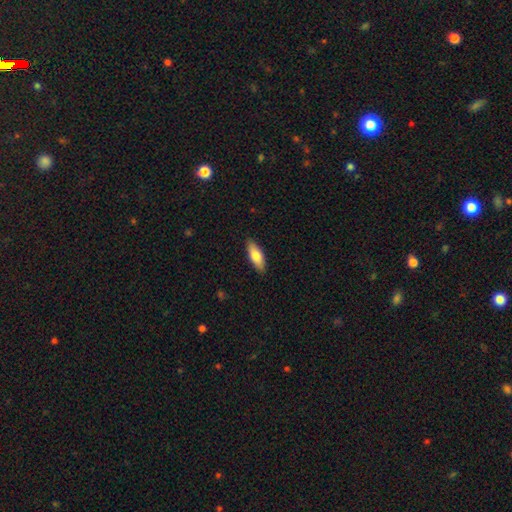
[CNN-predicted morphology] smooth_or_featured: smooth (p=0.78) [alt: featured or disk p=0.16]
how_rounded: in between (p=0.68) [alt: cigar-shaped p=0.30]
merging: none (p=0.88) [alt: minor disturbance p=0.10]